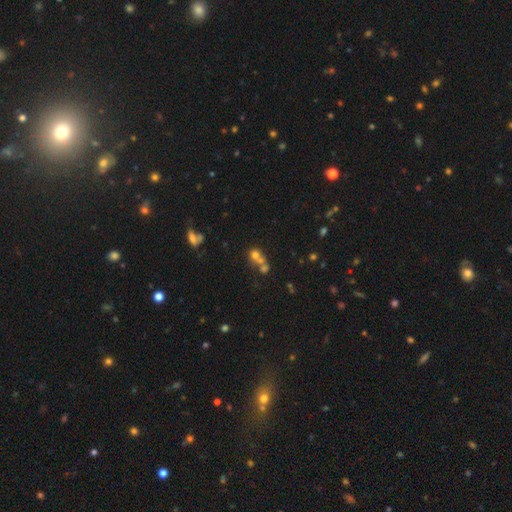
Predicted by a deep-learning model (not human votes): Morphology: type=smooth (62%); roundness=round (75%); merging=merger (55%).